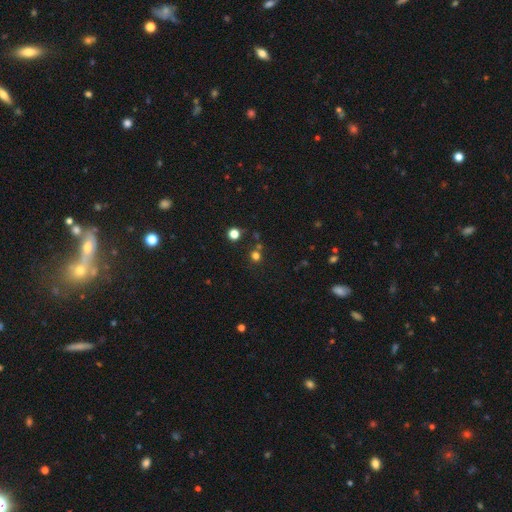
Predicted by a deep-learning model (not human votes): Q: Smooth or featured?
A: smooth (69%); runner-up: star or artifact (25%)
Q: How rounded?
A: round (90%); runner-up: in between (9%)
Q: Merging?
A: none (75%); runner-up: merger (13%)